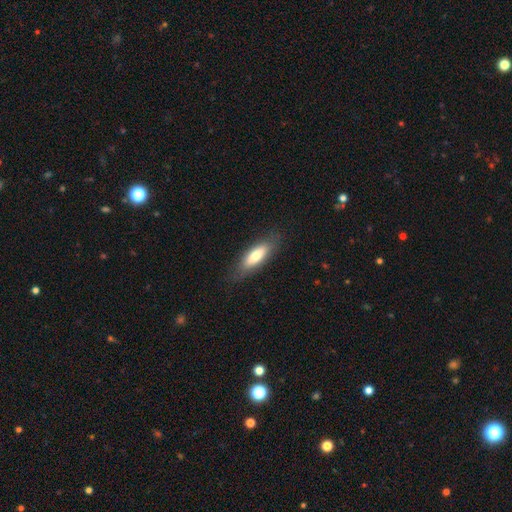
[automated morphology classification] smooth-or-featured: smooth: 73% | featured or disk: 22% | star or artifact: 6%
  how-rounded: in between: 53% | cigar-shaped: 46% | round: 2%
  merging: none: 80% | minor disturbance: 15% | major disturbance: 4% | merger: 1%